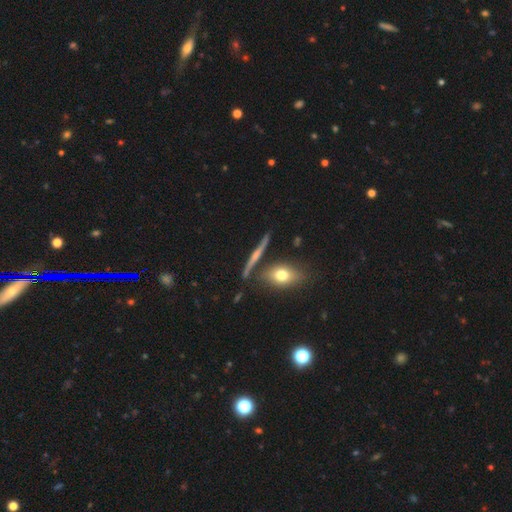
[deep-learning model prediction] smooth-or-featured: featured or disk: 64% | smooth: 27% | star or artifact: 9%
  disk-edge-on: yes: 93% | no: 7%
    edge-on-bulge: rounded: 63% | none: 27% | boxy: 10%
  merging: none: 78% | minor disturbance: 11% | merger: 8% | major disturbance: 3%